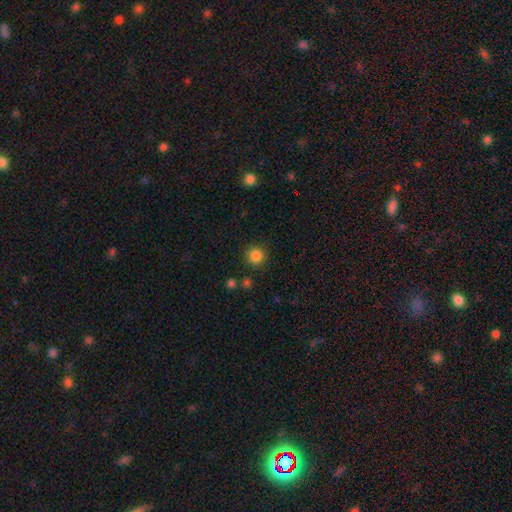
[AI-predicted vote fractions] smooth 85%, star or artifact 11%, featured or disk 4%. Down the decision tree: how rounded — round (94%); merging — none (88%).